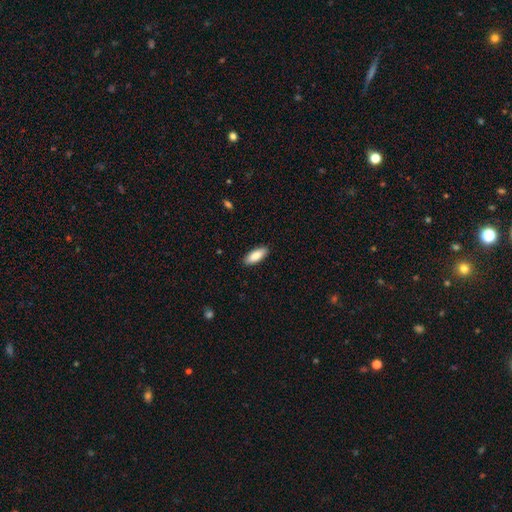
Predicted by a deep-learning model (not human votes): Morphology: type=smooth (86%); roundness=in between (77%); merging=none (89%).